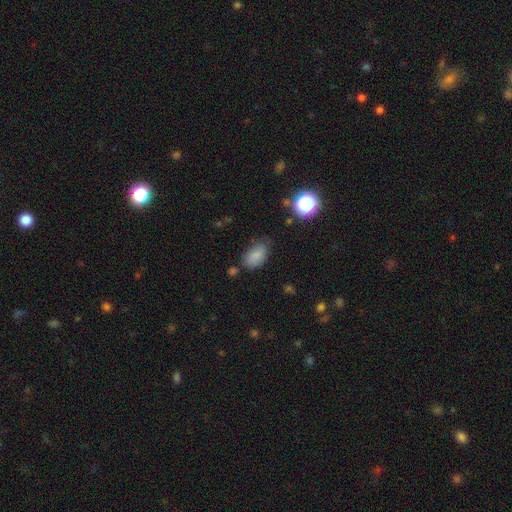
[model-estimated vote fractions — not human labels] This is clearly a smooth galaxy (82%). How rounded: clearly in between (91%). Merging: likely none (67%).